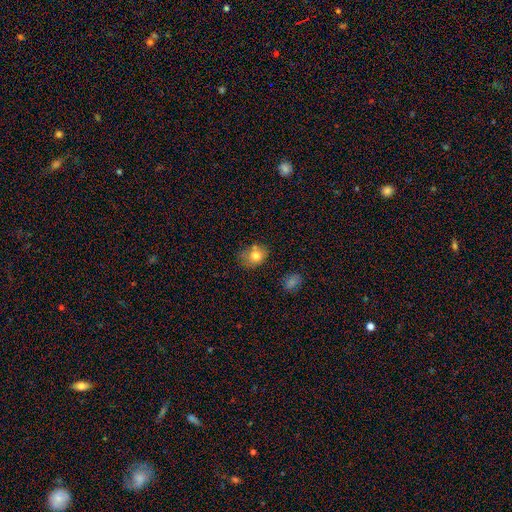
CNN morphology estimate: This appears to be a smooth galaxy with no disk features (78%) that is in between round and cigar-shaped (57%). Merging: none (58%).